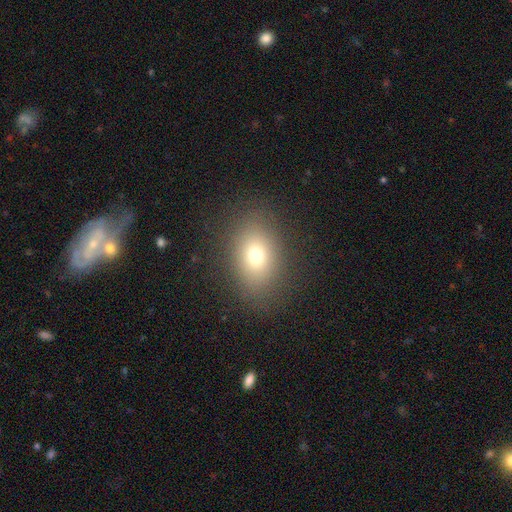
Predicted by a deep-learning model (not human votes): A smooth galaxy with no disk features (71%) that is in between round and cigar-shaped (68%). Merging: none (85%).